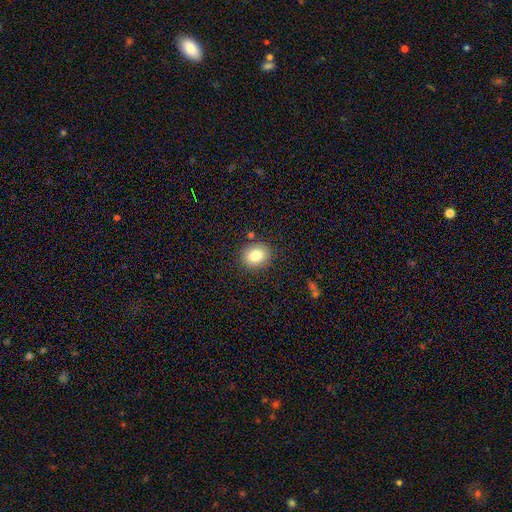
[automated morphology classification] A smooth galaxy with no disk features (82%) that is round (58%). Merging: none (86%).